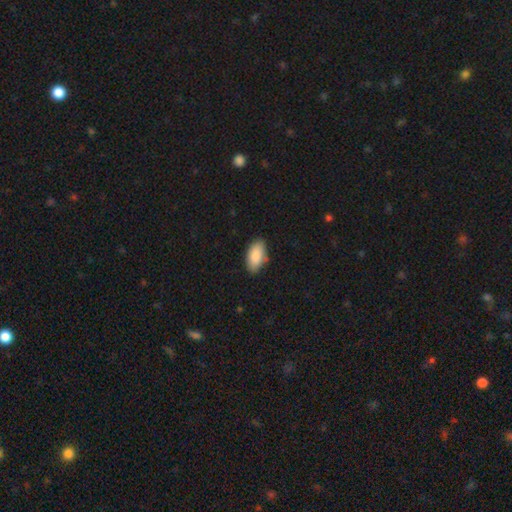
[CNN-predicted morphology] Q: Smooth or featured?
A: smooth (87%); runner-up: featured or disk (7%)
Q: How rounded?
A: in between (94%); runner-up: cigar-shaped (4%)
Q: Merging?
A: none (80%); runner-up: minor disturbance (16%)